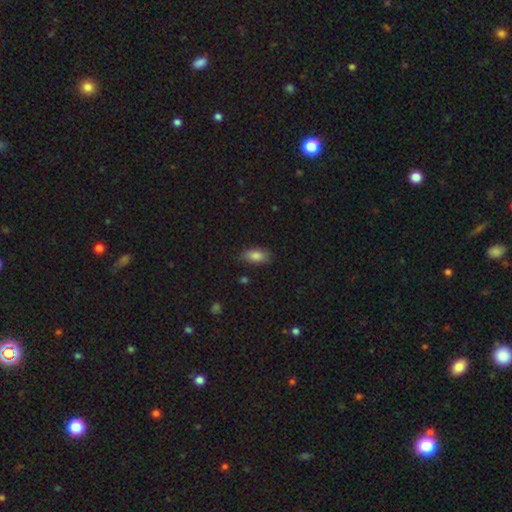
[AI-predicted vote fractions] A smooth galaxy with no disk features (84%) that is in between round and cigar-shaped (89%).

Vote fractions:
- Smooth or featured? smooth: 84% / featured or disk: 8% / star or artifact: 8%
- How rounded? in between: 89% / cigar-shaped: 6% / round: 5%
- Merging? none: 79% / minor disturbance: 16% / major disturbance: 3% / merger: 1%